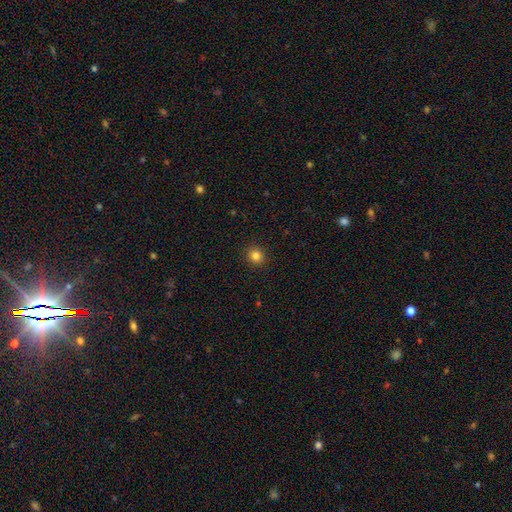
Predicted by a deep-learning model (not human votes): Overall: smooth (83%). How rounded: round (88%). Merging: none (92%).